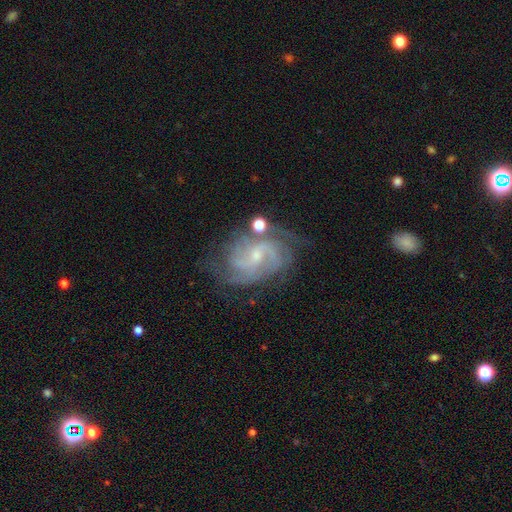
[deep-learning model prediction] Morphology: type=featured or disk (86%); edge-on=no (97%); bar=weak (46%); spiral arms=yes (96%); winding=medium (44%, tied with tight); arm count=2 (30%); bulge=small (70%); merging=none (64%).